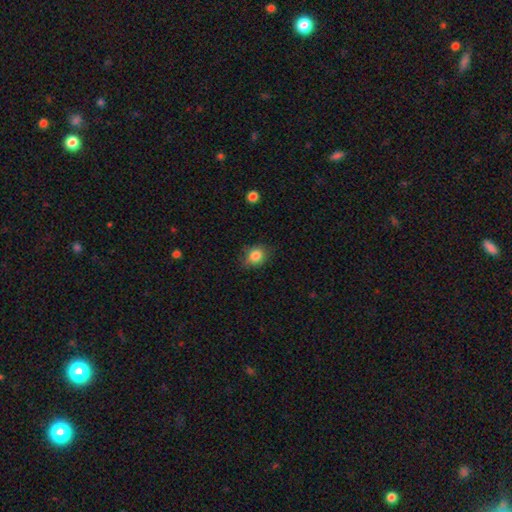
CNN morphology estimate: smooth_or_featured: smooth (p=0.83) [alt: star or artifact p=0.10]
how_rounded: round (p=0.63) [alt: in between p=0.36]
merging: none (p=0.75) [alt: minor disturbance p=0.19]